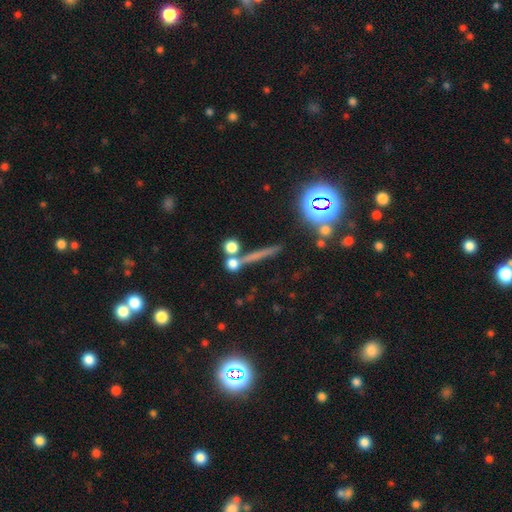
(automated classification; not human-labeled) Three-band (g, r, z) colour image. It shows a smooth galaxy with no disk features (38%). Merging: none (75%).